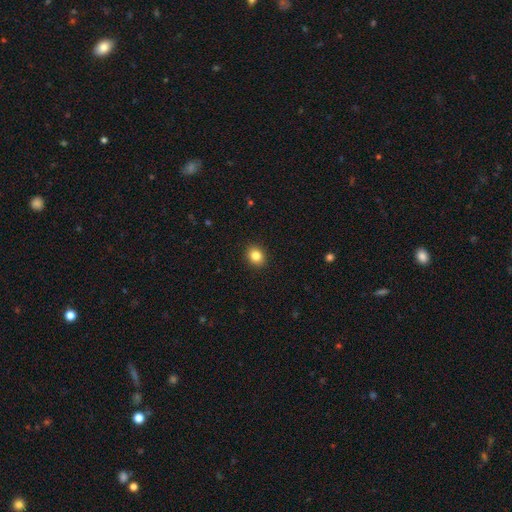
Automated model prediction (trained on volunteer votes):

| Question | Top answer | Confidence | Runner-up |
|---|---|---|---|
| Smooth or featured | smooth | 83% | star or artifact (10%) |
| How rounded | round | 62% | in between (37%) |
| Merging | none | 92% | minor disturbance (6%) |